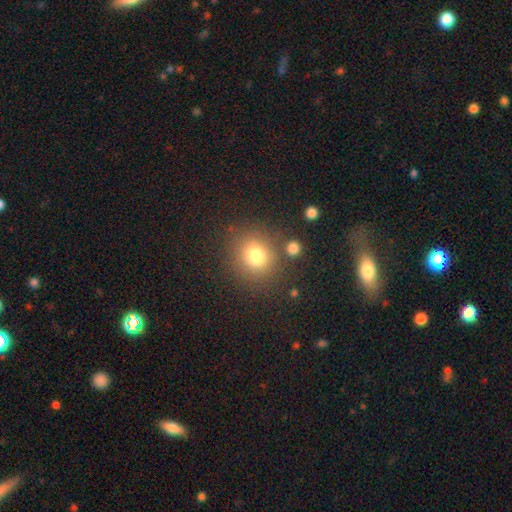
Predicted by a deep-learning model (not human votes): Smooth or featured? Predicted: smooth (p=0.76). How rounded? Predicted: round (p=0.85). Merging? Predicted: none (p=0.79).